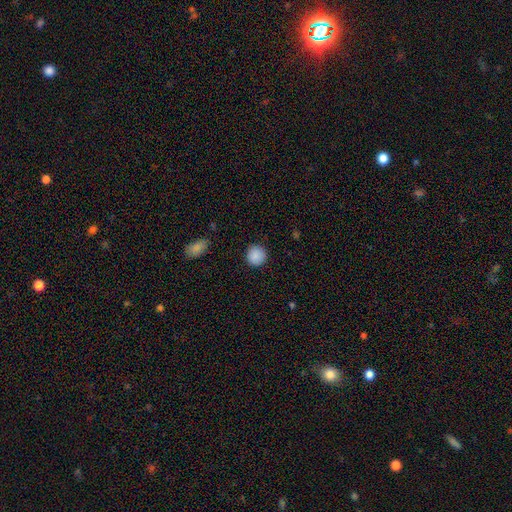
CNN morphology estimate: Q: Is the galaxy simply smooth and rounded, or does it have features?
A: smooth — 89%.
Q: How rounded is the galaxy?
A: round — 93%.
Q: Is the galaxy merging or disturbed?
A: none — 90%.